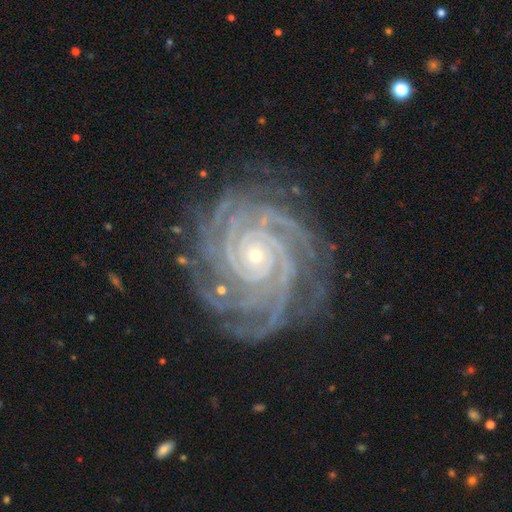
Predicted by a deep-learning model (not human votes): smooth_or_featured: featured or disk (p=0.93) [alt: star or artifact p=0.05]
disk_edge_on: no (p=0.98) [alt: yes p=0.02]
bar: no (p=0.74) [alt: weak p=0.15]
has_spiral_arms: yes (p=0.99) [alt: no p=0.01]
spiral_winding: tight (p=0.85) [alt: medium p=0.13]
spiral_arm_count: more than 4 (p=0.31) [alt: 4 p=0.25]
bulge_size: small (p=0.82) [alt: moderate p=0.15]
merging: none (p=0.81) [alt: minor disturbance p=0.14]